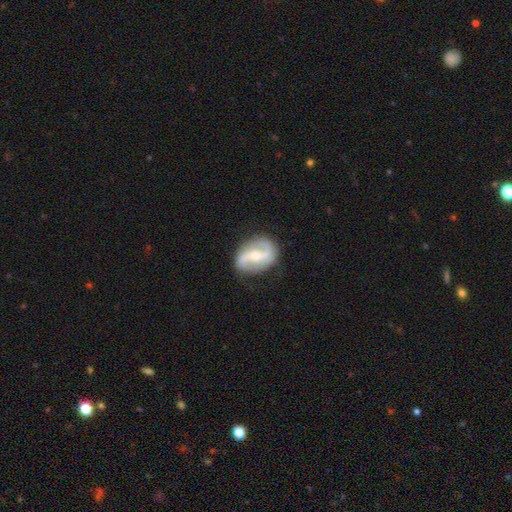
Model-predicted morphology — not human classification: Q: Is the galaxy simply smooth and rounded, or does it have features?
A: featured or disk — 84%.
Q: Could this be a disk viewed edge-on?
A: no — 97%.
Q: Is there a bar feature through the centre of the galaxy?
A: strong — 44%.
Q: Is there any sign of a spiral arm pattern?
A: yes — 93%.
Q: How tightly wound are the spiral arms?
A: loose — 53%.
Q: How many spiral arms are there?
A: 2 — 92%.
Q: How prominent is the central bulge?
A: small — 53%.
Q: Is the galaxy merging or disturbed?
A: none — 81%.